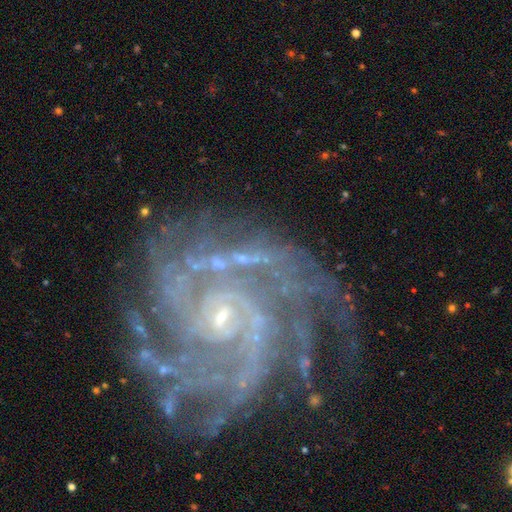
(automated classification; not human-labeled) smooth-or-featured: featured or disk: 92% | star or artifact: 6% | smooth: 3%
  disk-edge-on: no: 98% | yes: 2%
    bar: no: 53% | weak: 35% | strong: 13%
    has-spiral-arms: yes: 98% | no: 2%
      spiral-winding: tight: 67% | medium: 29% | loose: 4%
      spiral-arm-count: 2: 21% (tied) | 4: 21% (tied) | 3: 18% | more than 4: 16% | can't tell: 16% | 1: 9%
    bulge-size: small: 80% | moderate: 15% | none: 3% | large: 1% | dominant: 1%
  merging: none: 67% | minor disturbance: 19% | major disturbance: 12% | merger: 3%